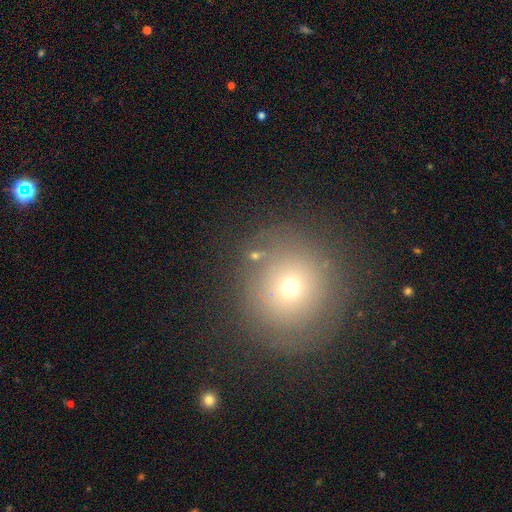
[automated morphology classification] smooth 64%, star or artifact 20%, featured or disk 15%. Down the decision tree: how rounded — round (93%); merging — none (81%).